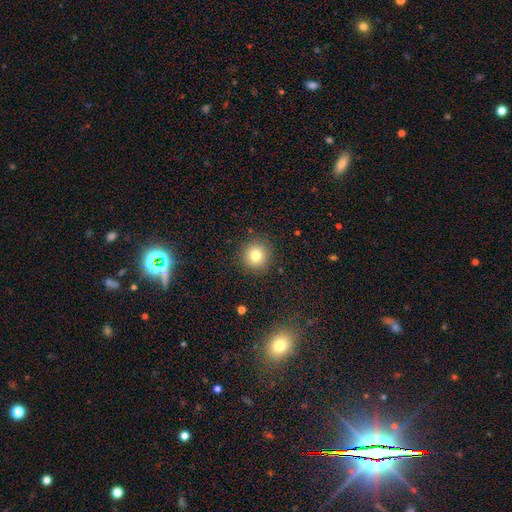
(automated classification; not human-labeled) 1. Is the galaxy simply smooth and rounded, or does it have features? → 79% smooth, 12% star or artifact, 9% featured or disk.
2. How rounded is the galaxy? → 94% round, 5% in between, 1% cigar-shaped.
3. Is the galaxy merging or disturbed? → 90% none, 7% minor disturbance, 2% major disturbance, 1% merger.